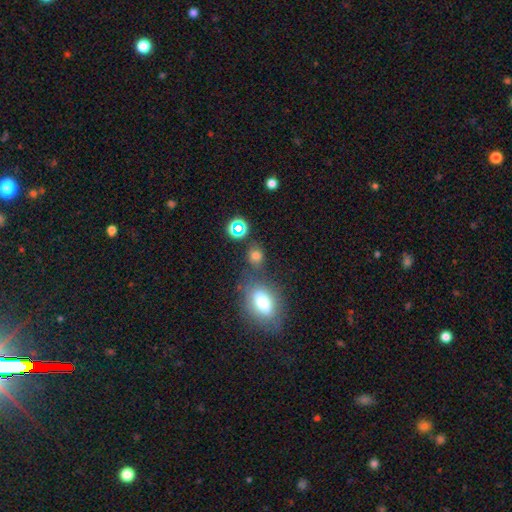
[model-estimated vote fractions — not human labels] Smooth or featured?
  - smooth: 68% *
  - star or artifact: 22%
  - featured or disk: 10%
How rounded?
  - round: 59% *
  - in between: 39%
  - cigar-shaped: 2%
Merging?
  - none: 61% *
  - merger: 16%
  - minor disturbance: 15%
  - major disturbance: 7%